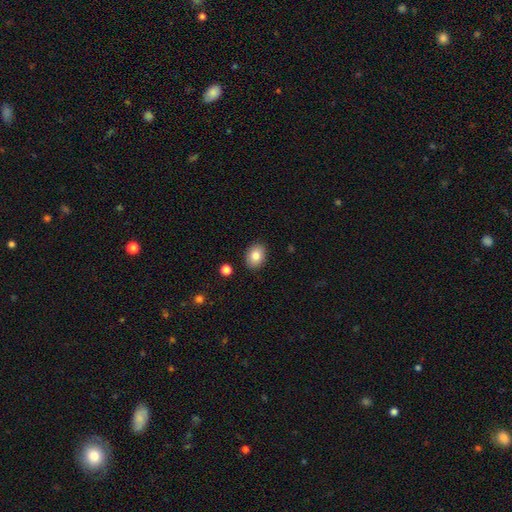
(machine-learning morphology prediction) This appears to be a smooth galaxy with no disk features (83%) that is in between round and cigar-shaped (63%). Merging: none (89%).